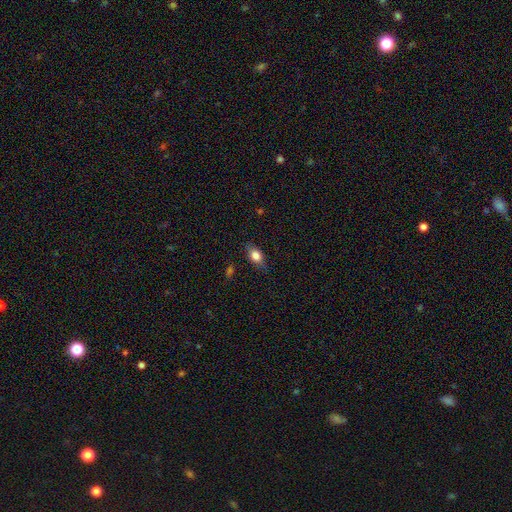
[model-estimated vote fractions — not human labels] The model was most divided on "smooth or featured": smooth: 77%, featured or disk: 15%, star or artifact: 9%. More confident: merging — none (81%); how rounded — in between (78%).